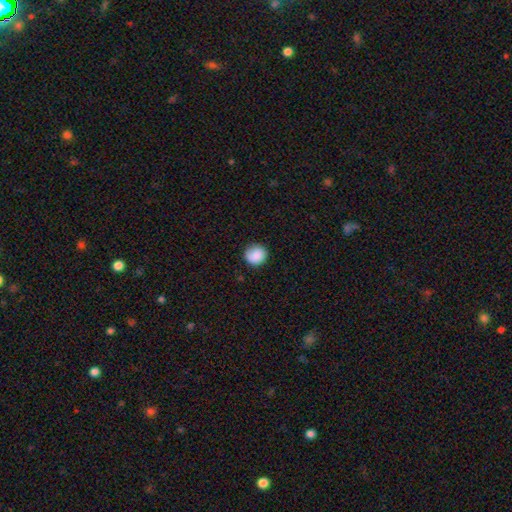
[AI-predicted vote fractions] This appears to be a smooth galaxy with no disk features (87%) that is round (90%). Merging: none (84%).